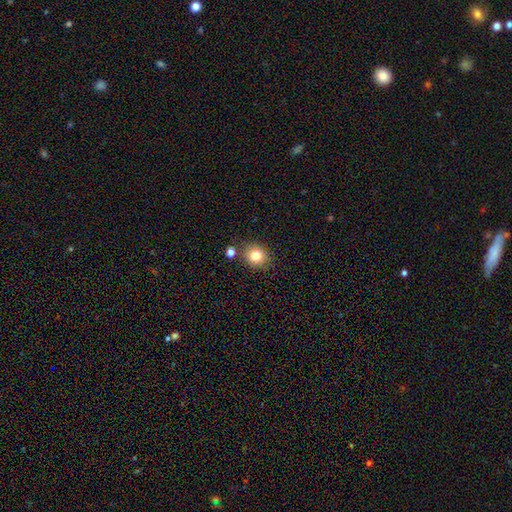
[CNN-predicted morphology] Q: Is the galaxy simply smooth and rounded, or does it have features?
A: smooth — 81%.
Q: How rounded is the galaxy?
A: round — 77%.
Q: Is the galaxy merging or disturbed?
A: none — 80%.